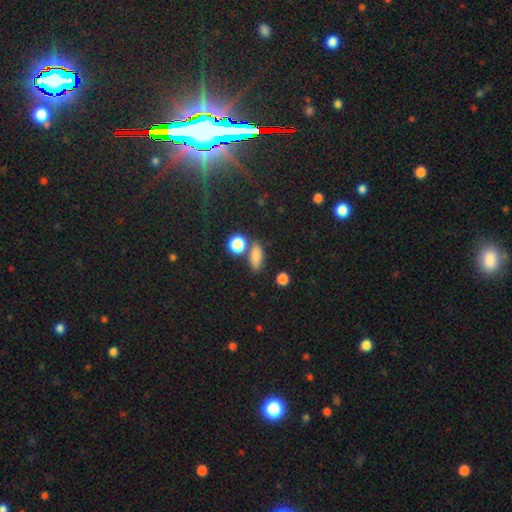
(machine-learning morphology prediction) Overall: smooth (81%). How rounded: in between (74%). Merging: none (72%).